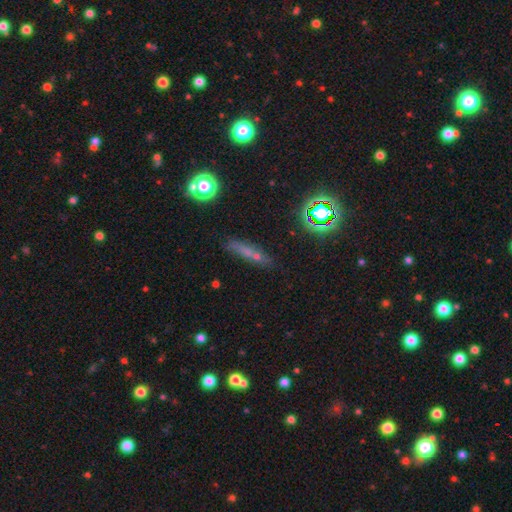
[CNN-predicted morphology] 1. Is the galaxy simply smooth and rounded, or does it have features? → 46% smooth, 29% star or artifact, 25% featured or disk.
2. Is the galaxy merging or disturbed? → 71% none, 15% minor disturbance, 8% merger, 6% major disturbance.